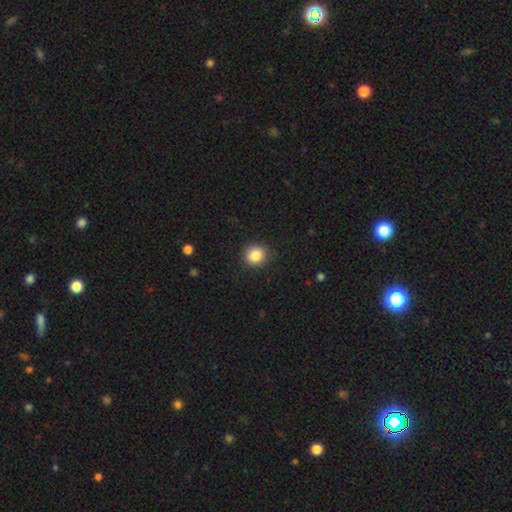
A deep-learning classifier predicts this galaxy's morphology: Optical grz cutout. It shows a smooth galaxy with no disk features (85%) that is round (83%). Merging: none (88%).